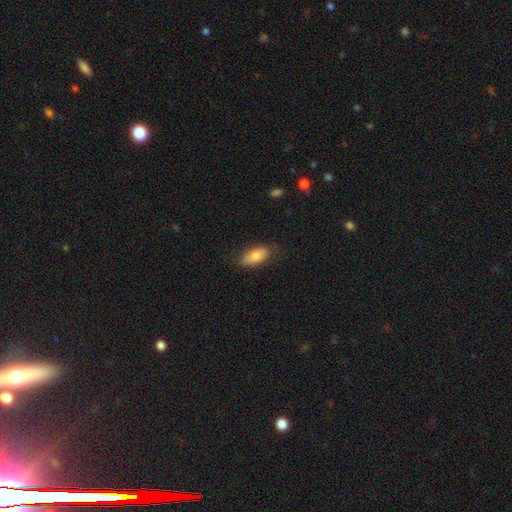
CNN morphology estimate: This is likely a smooth galaxy (77%). How rounded: clearly in between (87%). Merging: likely none (76%).